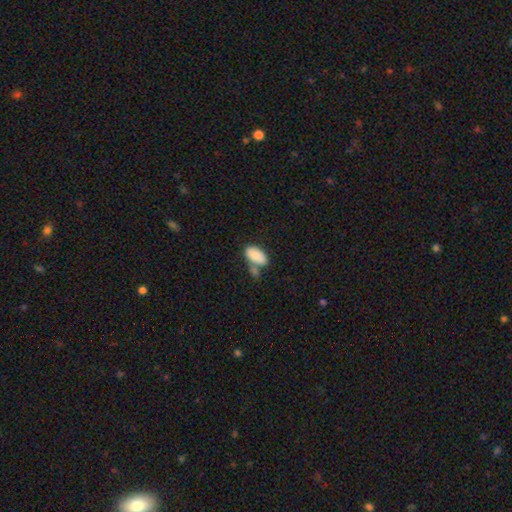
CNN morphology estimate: This appears to be a smooth galaxy with no disk features (84%) that is in between round and cigar-shaped (94%). Merging: none (42%).